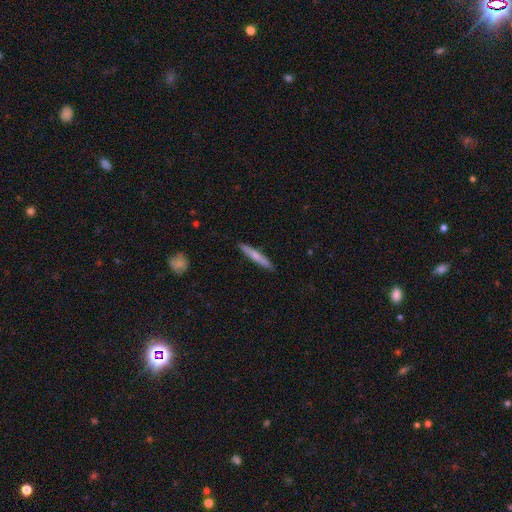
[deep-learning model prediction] A smooth galaxy with no disk features (65%) that is cigar-shaped (94%). Merging: none (90%).